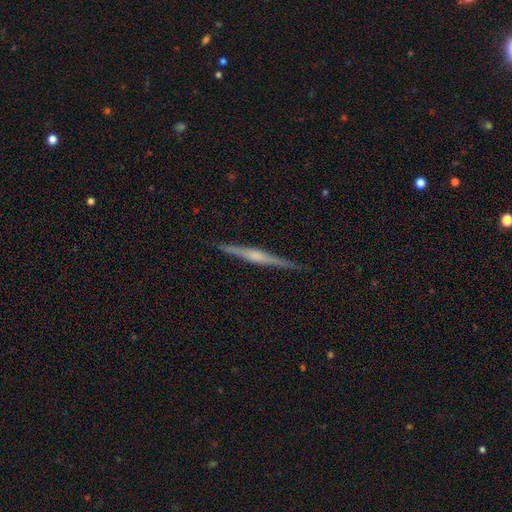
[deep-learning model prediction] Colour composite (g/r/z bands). It shows a featured or disk galaxy (78%) viewed edge-on (98%) with a rounded central bulge (67%). Merging: none (92%).